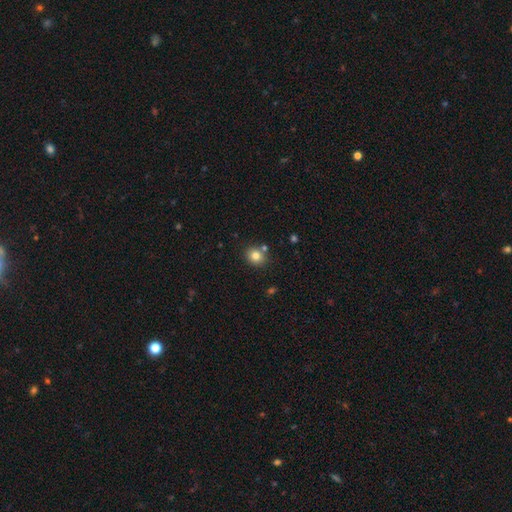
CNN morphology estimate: type=smooth (80%); roundness=round (70%); merging=none (77%).